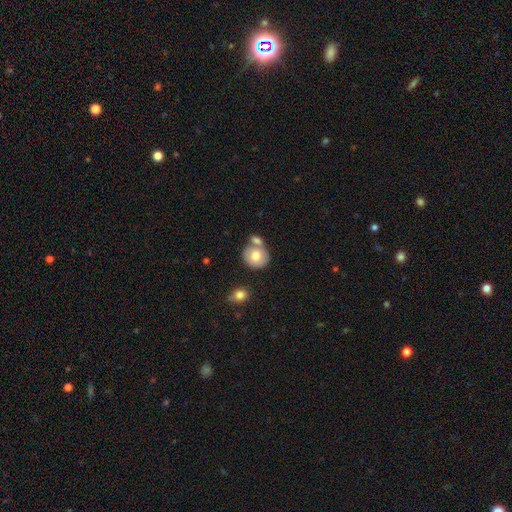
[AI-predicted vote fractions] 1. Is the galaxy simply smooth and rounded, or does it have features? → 76% smooth, 17% featured or disk, 8% star or artifact.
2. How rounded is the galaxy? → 81% round, 18% in between, 1% cigar-shaped.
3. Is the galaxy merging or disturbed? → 51% none, 34% merger, 12% minor disturbance, 4% major disturbance.